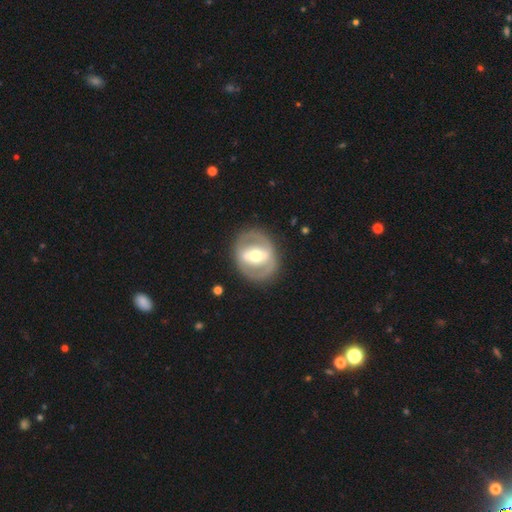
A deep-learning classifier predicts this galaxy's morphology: Smooth or featured: featured or disk — 71% (smooth — 24%)
Edge-on disk: no — 93% (yes — 7%)
Bar: strong — 56% (weak — 28%)
Spiral arms: no — 63% (yes — 37%)
Bulge size: moderate — 68% (large — 15%)
Merging: none — 82% (minor disturbance — 10%)